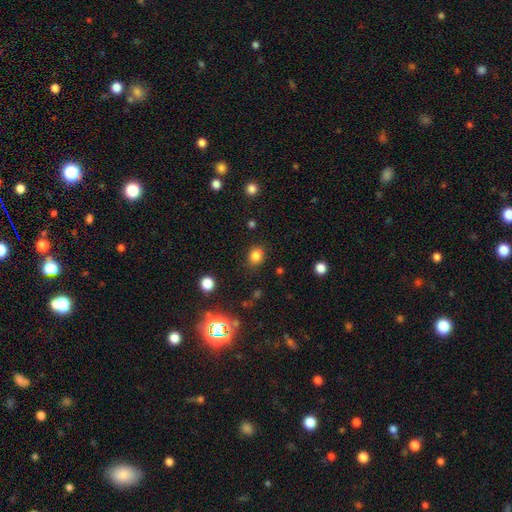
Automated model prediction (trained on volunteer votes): Smooth or featured: smooth — 82% (star or artifact — 13%)
How rounded: round — 71% (in between — 28%)
Merging: none — 84% (minor disturbance — 11%)